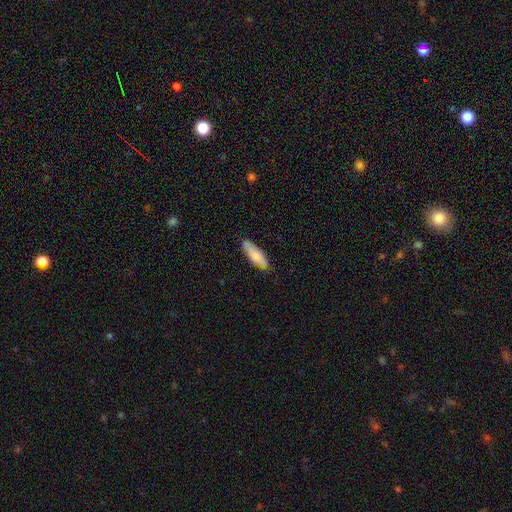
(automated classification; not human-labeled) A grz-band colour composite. It shows a smooth galaxy with no disk features (79%) that is in between round and cigar-shaped (55%). Merging: none (76%).